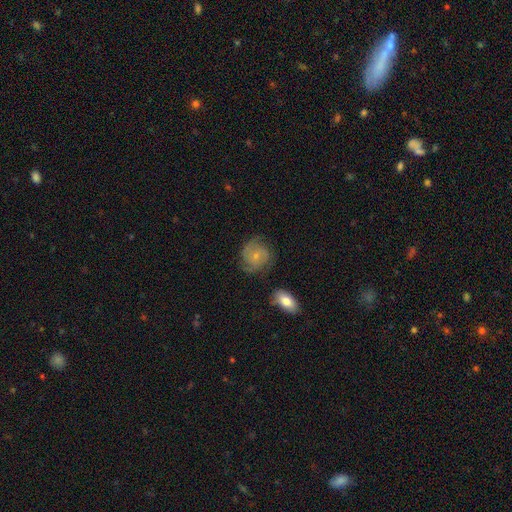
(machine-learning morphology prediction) Q: Smooth or featured?
A: featured or disk (55%); runner-up: smooth (37%)
Q: Edge-on disk?
A: no (97%); runner-up: yes (3%)
Q: Bar?
A: no (74%); runner-up: weak (22%)
Q: Spiral arms?
A: yes (87%); runner-up: no (13%)
Q: Bulge size?
A: small (73%); runner-up: moderate (19%)
Q: Merging?
A: none (67%); runner-up: minor disturbance (22%)